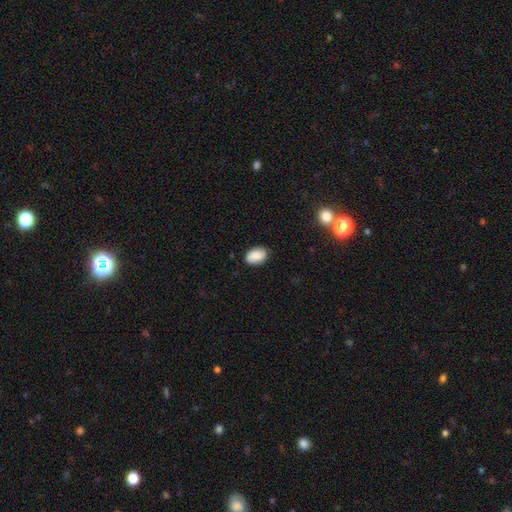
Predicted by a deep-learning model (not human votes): smooth_or_featured: smooth (p=0.82) [alt: featured or disk p=0.11]
how_rounded: in between (p=0.88) [alt: round p=0.11]
merging: none (p=0.82) [alt: minor disturbance p=0.14]